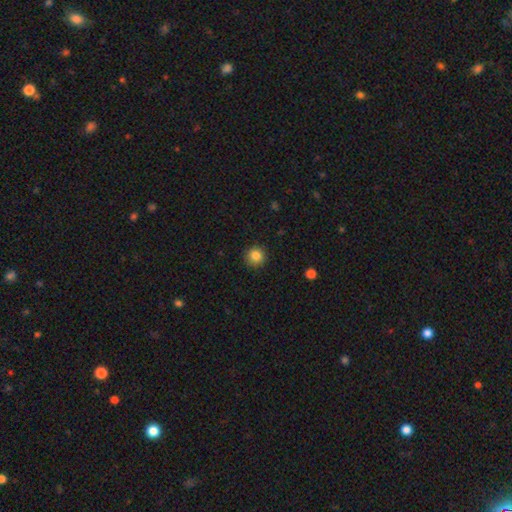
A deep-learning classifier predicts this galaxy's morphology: This appears to be a smooth galaxy with no disk features (85%) that is round (94%). Merging: none (91%).